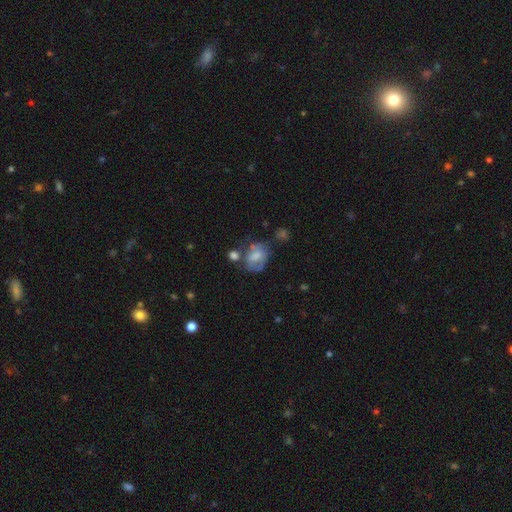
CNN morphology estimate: Smooth or featured? smooth (59%)
How rounded? in between (60%)
Merging? none (38%)